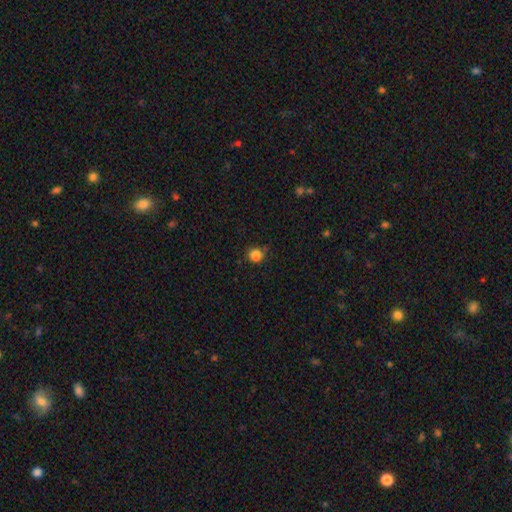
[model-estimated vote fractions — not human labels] A smooth galaxy with no disk features (84%) that is round (86%).

Vote fractions:
- Smooth or featured? smooth: 84% / star or artifact: 12% / featured or disk: 4%
- How rounded? round: 86% / in between: 13% / cigar-shaped: 1%
- Merging? none: 70% / minor disturbance: 22% / major disturbance: 5% / merger: 3%